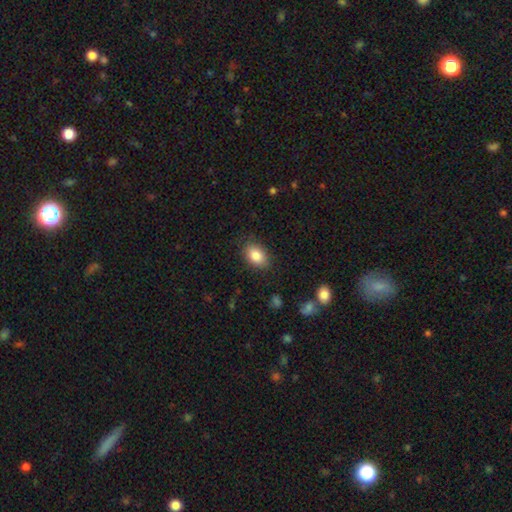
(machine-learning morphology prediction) Overall: smooth (84%). How rounded: in between (84%). Merging: none (84%).